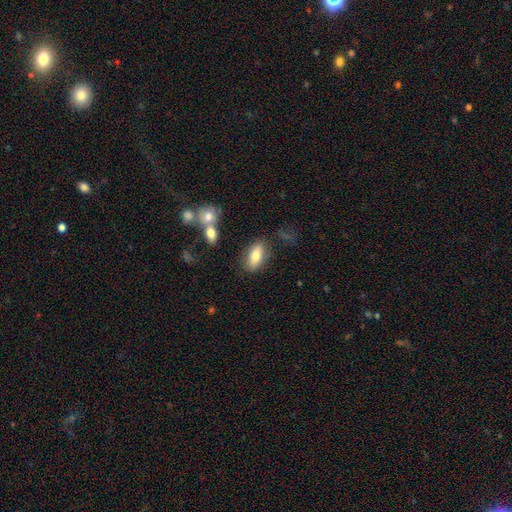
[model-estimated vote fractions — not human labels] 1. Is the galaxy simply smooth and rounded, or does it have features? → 78% smooth, 15% featured or disk, 7% star or artifact.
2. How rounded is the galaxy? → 87% in between, 9% cigar-shaped, 4% round.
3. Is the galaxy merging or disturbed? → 76% none, 13% minor disturbance, 6% merger, 4% major disturbance.